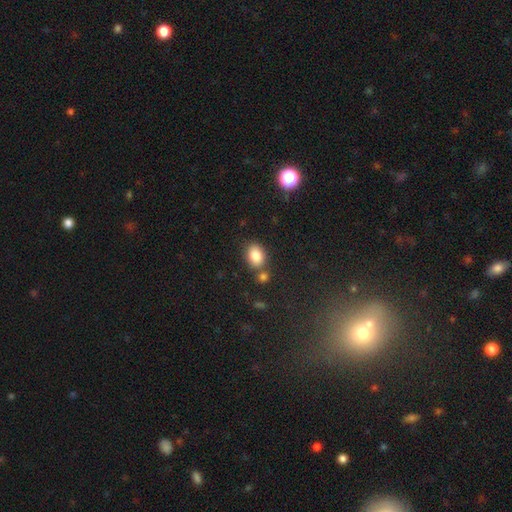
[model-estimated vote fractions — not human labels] smooth_or_featured: smooth (p=0.84) [alt: star or artifact p=0.09]
how_rounded: in between (p=0.66) [alt: round p=0.33]
merging: none (p=0.65) [alt: merger p=0.18]